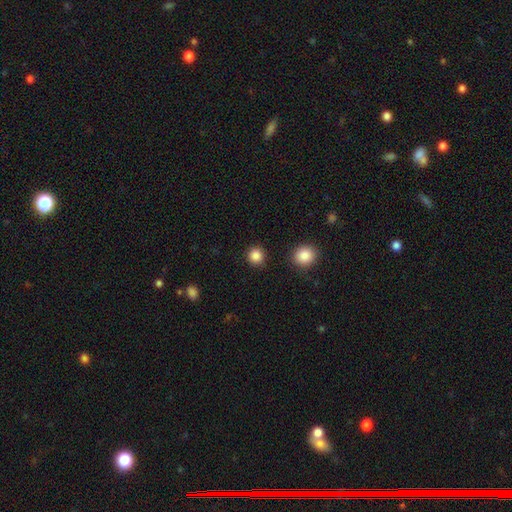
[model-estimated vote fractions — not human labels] A smooth galaxy with no disk features (86%) that is round (93%). Merging: none (90%).